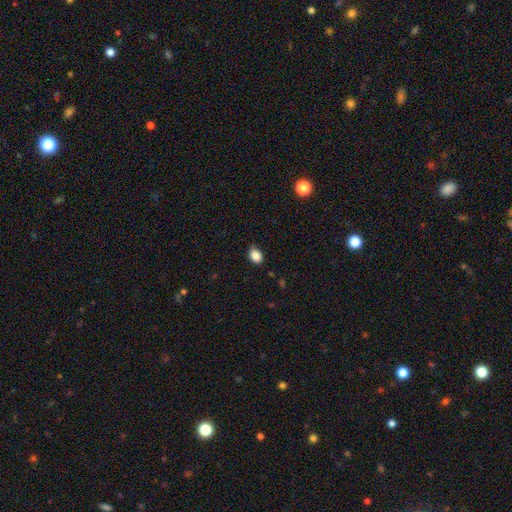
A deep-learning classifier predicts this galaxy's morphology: Smooth or featured? smooth (87%)
How rounded? in between (75%)
Merging? none (74%)